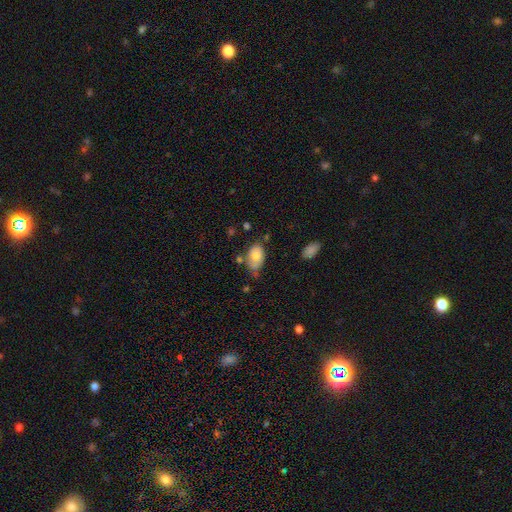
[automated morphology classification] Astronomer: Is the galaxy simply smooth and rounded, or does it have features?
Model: smooth — 76%.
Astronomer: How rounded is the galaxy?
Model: in between — 88%.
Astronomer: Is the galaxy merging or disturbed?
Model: none — 43% (runner-up: minor disturbance, 38%).